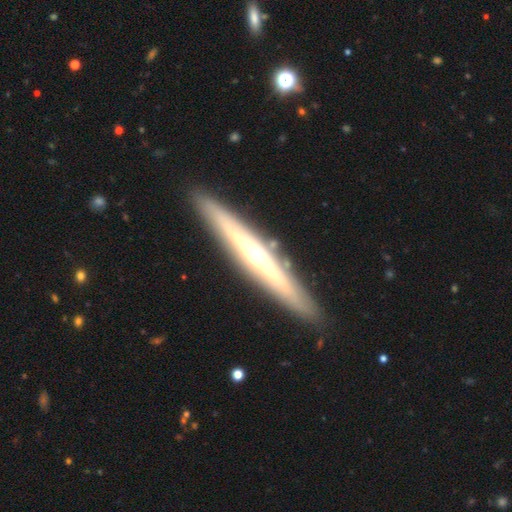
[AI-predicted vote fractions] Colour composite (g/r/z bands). It shows a featured or disk galaxy (70%) viewed edge-on (93%) with a rounded central bulge (77%). Merging: none (90%).